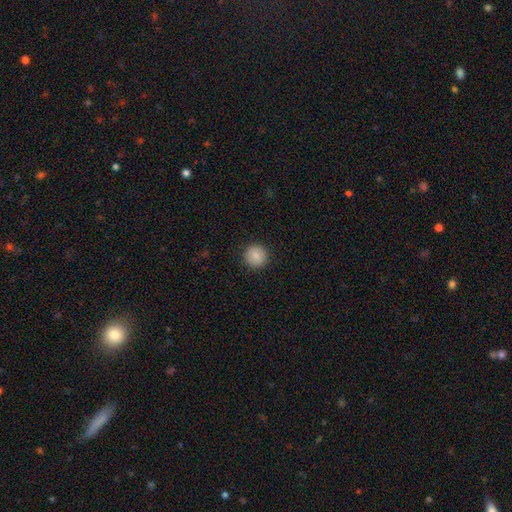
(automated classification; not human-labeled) Smooth or featured: smooth — 87% (star or artifact — 8%)
How rounded: round — 94% (in between — 5%)
Merging: none — 92% (minor disturbance — 6%)